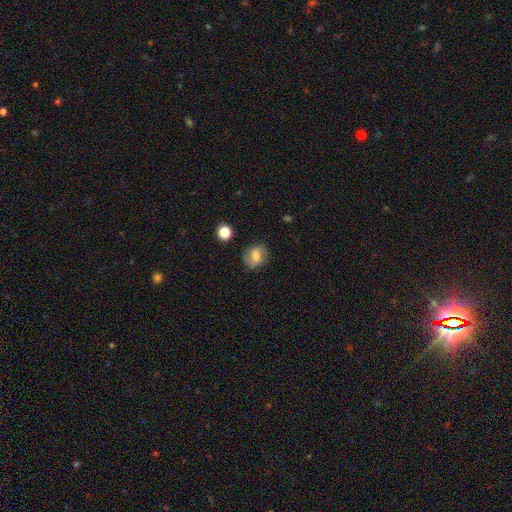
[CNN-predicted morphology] smooth_or_featured: smooth (p=0.64) [alt: featured or disk p=0.26]
how_rounded: round (p=0.52) [alt: in between p=0.47]
merging: none (p=0.74) [alt: minor disturbance p=0.18]